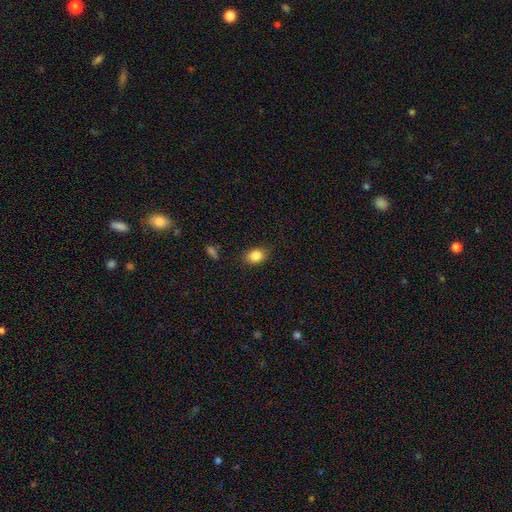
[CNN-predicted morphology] smooth 84%, star or artifact 9%, featured or disk 7%. Down the decision tree: how rounded — in between (68%); merging — none (83%).